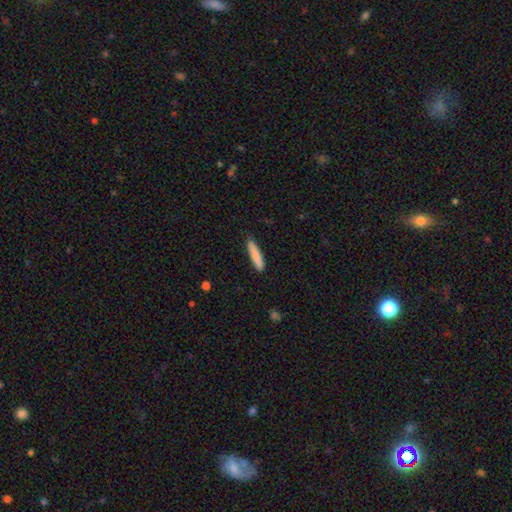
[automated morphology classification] Q: Smooth or featured?
A: smooth (84%); runner-up: featured or disk (10%)
Q: How rounded?
A: cigar-shaped (87%); runner-up: in between (11%)
Q: Merging?
A: none (85%); runner-up: minor disturbance (12%)